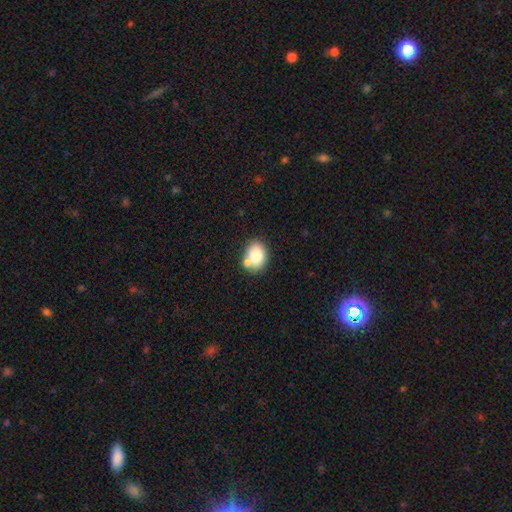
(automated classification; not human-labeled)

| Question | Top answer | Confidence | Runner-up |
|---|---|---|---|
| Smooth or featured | smooth | 78% | featured or disk (13%) |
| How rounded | in between | 64% | round (35%) |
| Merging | none | 59% | merger (23%) |